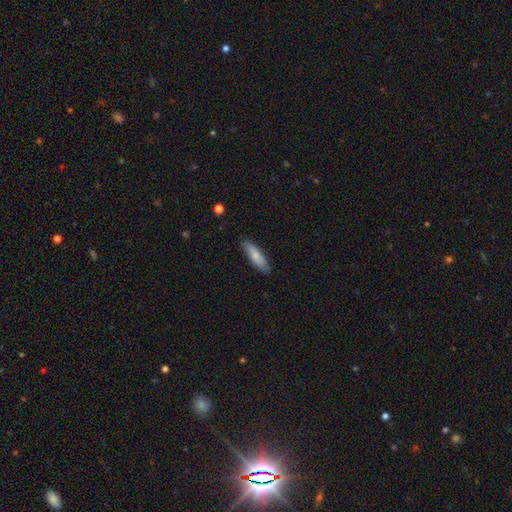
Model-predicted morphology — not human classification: A smooth galaxy with no disk features (77%) that is cigar-shaped (59%).

Vote fractions:
- Smooth or featured? smooth: 77% / featured or disk: 18% / star or artifact: 6%
- How rounded? cigar-shaped: 59% / in between: 39% / round: 2%
- Merging? none: 84% / minor disturbance: 12% / major disturbance: 2% / merger: 1%